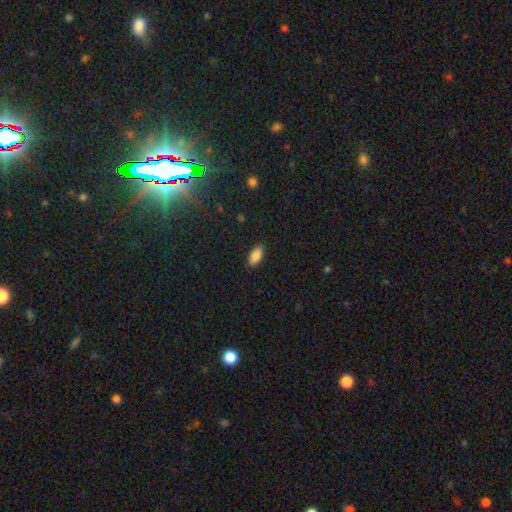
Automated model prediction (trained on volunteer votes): Smooth or featured? smooth (86%)
How rounded? in between (90%)
Merging? none (88%)